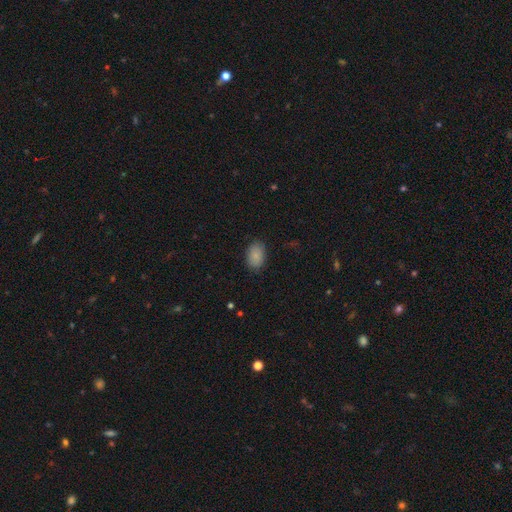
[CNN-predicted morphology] This appears to be a smooth galaxy with no disk features (86%) that is in between round and cigar-shaped (86%). Merging: none (85%).